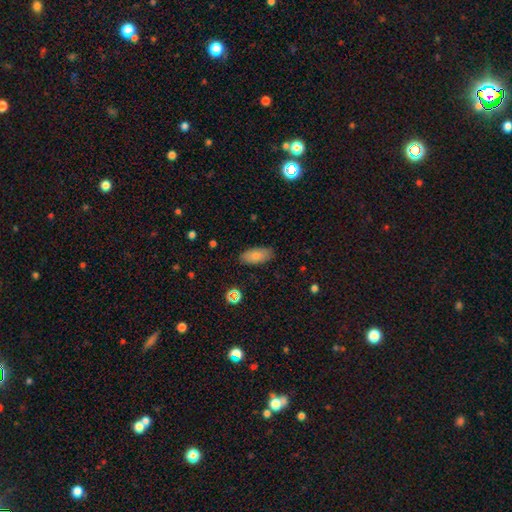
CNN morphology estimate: Smooth or featured?
  - smooth: 79% *
  - featured or disk: 13%
  - star or artifact: 9%
How rounded?
  - in between: 90% *
  - cigar-shaped: 7%
  - round: 3%
Merging?
  - none: 84% *
  - minor disturbance: 12%
  - major disturbance: 2%
  - merger: 1%